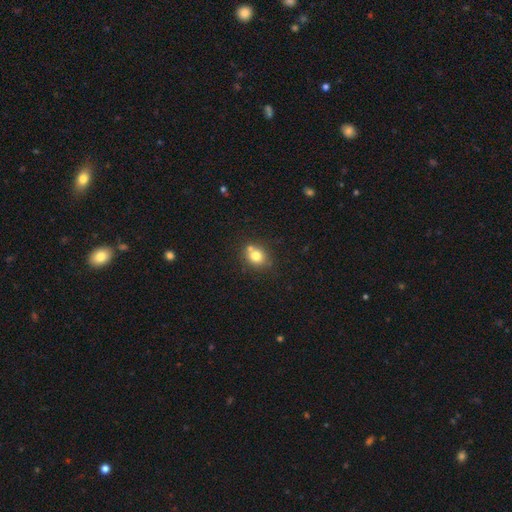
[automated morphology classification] Smooth or featured: smooth — 76% (star or artifact — 12%)
How rounded: round — 70% (in between — 29%)
Merging: none — 62% (merger — 23%)